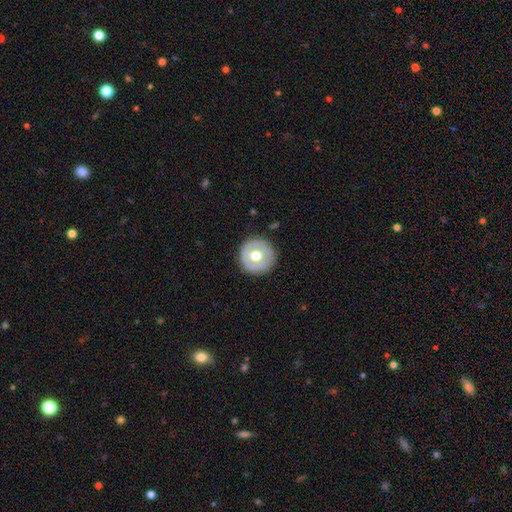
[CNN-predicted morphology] smooth 52%, featured or disk 42%, star or artifact 6%. Down the decision tree: how rounded — round (96%); merging — none (87%).